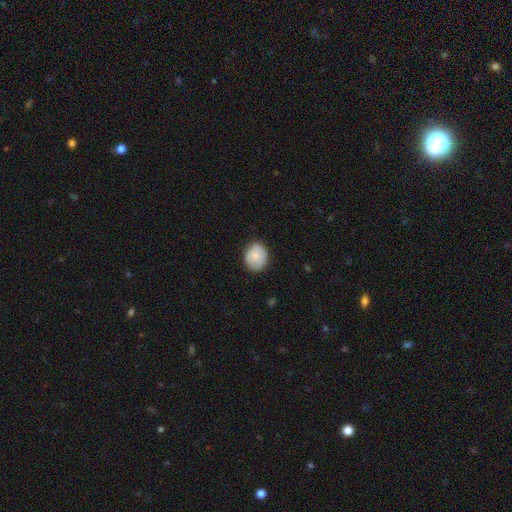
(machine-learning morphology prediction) Smooth or featured?
  - smooth: 76% *
  - featured or disk: 16%
  - star or artifact: 7%
How rounded?
  - round: 71% *
  - in between: 28%
  - cigar-shaped: 1%
Merging?
  - none: 75% *
  - minor disturbance: 20%
  - major disturbance: 4%
  - merger: 1%